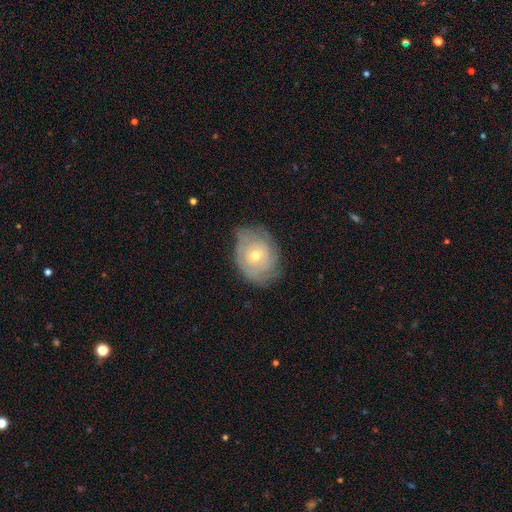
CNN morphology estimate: A featured or disk galaxy (64%) with no bar (82%), spiral arms (76%) and a small central bulge (52%). Merging: none (68%).